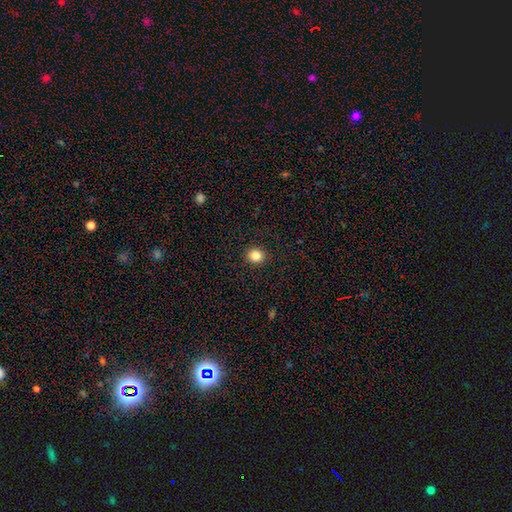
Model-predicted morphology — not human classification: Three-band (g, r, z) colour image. It shows a smooth galaxy with no disk features (85%) that is round (83%). Merging: none (91%).